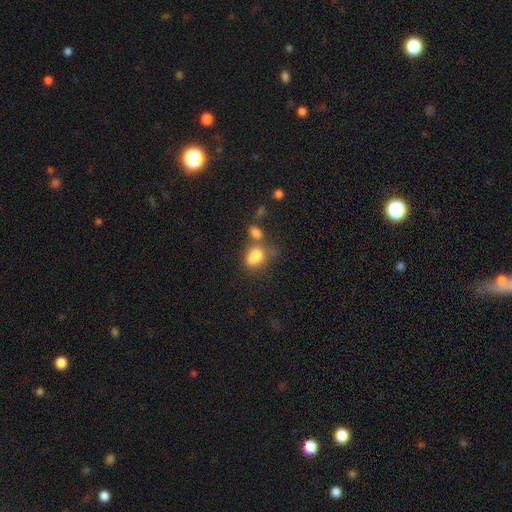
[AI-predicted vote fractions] A smooth galaxy with no disk features (78%) that is in between round and cigar-shaped (70%).

Vote fractions:
- Smooth or featured? smooth: 78% / featured or disk: 12% / star or artifact: 10%
- How rounded? in between: 70% / round: 29% / cigar-shaped: 2%
- Merging? merger: 39% / none: 31% / minor disturbance: 18% / major disturbance: 13%